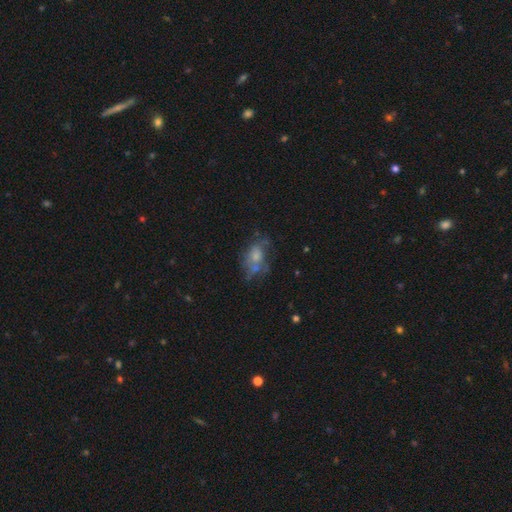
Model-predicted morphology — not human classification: smooth-or-featured: smooth: 48% | featured or disk: 39% | star or artifact: 13%
  merging: none: 39% | minor disturbance: 25% | major disturbance: 24% | merger: 12%